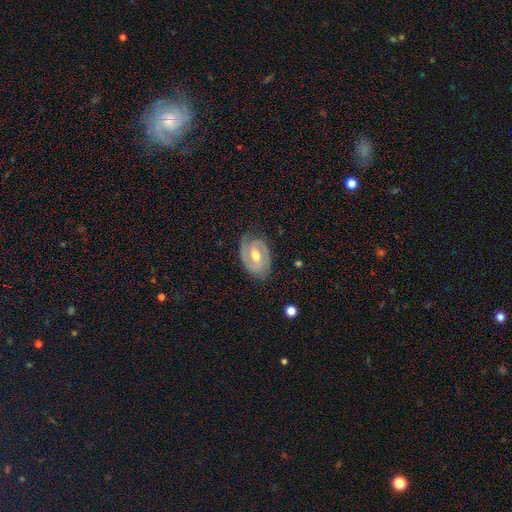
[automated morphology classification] Overall: featured or disk (80%). Edge-on disk: no (96%). Bar: weak (48%; no 30%). Spiral arms: yes (90%). Spiral arm count: 2 (80%). Spiral winding: tight (52%; medium 38%). Bulge size: moderate (75%). Merging: none (75%).